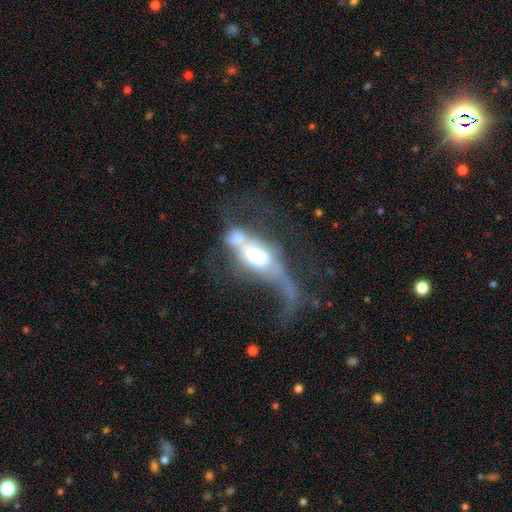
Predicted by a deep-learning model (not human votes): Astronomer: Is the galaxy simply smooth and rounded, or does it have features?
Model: featured or disk — 56% (runner-up: smooth, 34%).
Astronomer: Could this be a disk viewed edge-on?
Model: no — 79%.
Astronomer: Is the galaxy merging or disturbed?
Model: merger — 52% (runner-up: major disturbance, 31%).